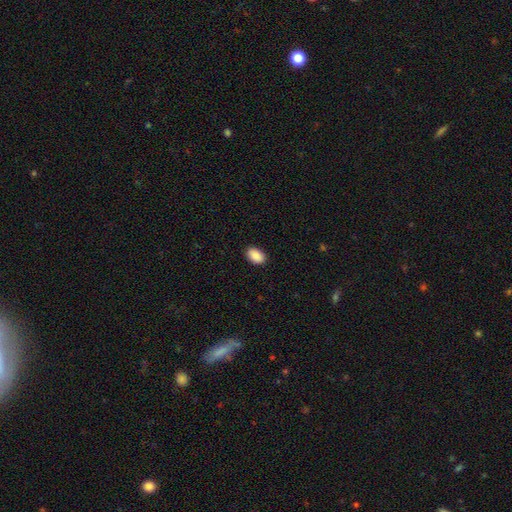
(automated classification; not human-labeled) Smooth or featured? Predicted: smooth (p=0.90). How rounded? Predicted: in between (p=0.90). Merging? Predicted: none (p=0.89).